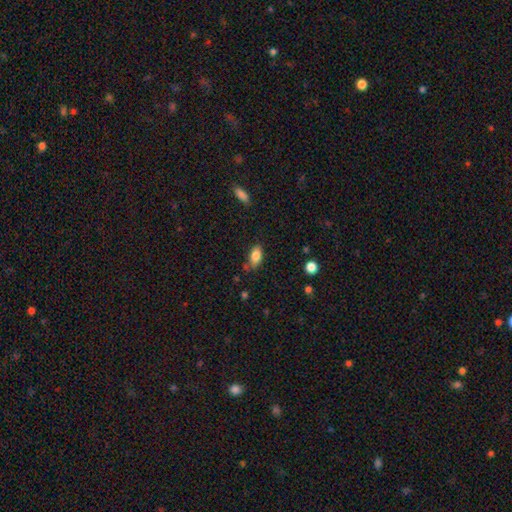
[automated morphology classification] Smooth or featured? smooth (83%)
How rounded? in between (90%)
Merging? none (71%)